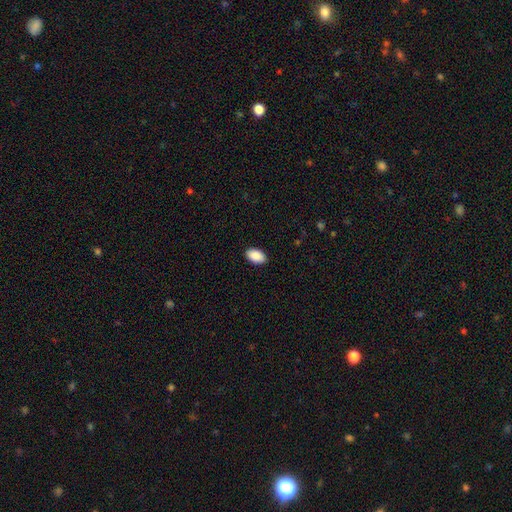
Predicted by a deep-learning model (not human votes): A smooth galaxy with no disk features (90%) that is in between round and cigar-shaped (94%).

Vote fractions:
- Smooth or featured? smooth: 90% / star or artifact: 6% / featured or disk: 3%
- How rounded? in between: 94% / round: 5% / cigar-shaped: 1%
- Merging? none: 89% / minor disturbance: 8% / major disturbance: 2% / merger: 1%